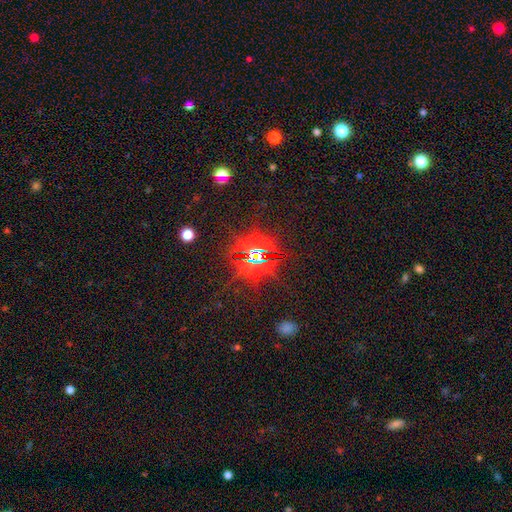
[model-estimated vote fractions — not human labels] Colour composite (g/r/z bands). It shows a star or artifact, not a galaxy (84%).